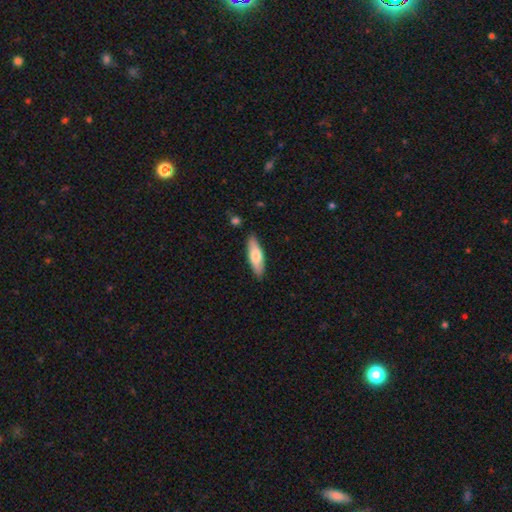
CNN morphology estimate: smooth 70%, featured or disk 25%, star or artifact 5%. Down the decision tree: how rounded — in between (51%); merging — none (87%).